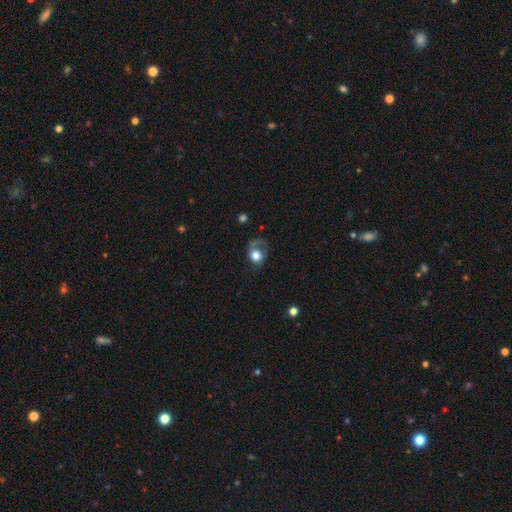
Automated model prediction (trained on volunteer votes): A smooth galaxy with no disk features (57%) that is round (67%). Merging: major disturbance (42%).